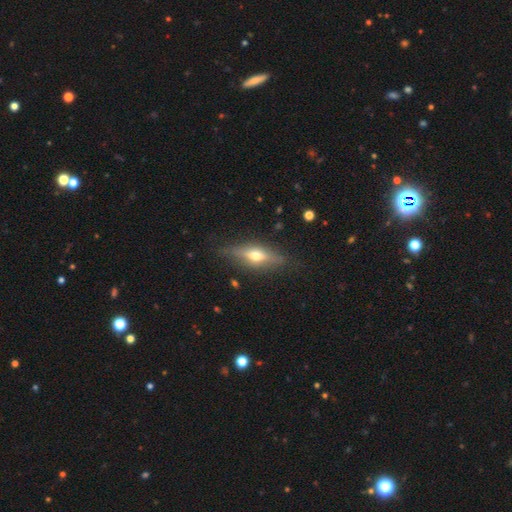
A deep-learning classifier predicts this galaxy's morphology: Q: Smooth or featured?
A: featured or disk (56%); runner-up: smooth (36%)
Q: Edge-on disk?
A: yes (88%); runner-up: no (12%)
Q: Merging?
A: none (80%); runner-up: minor disturbance (14%)